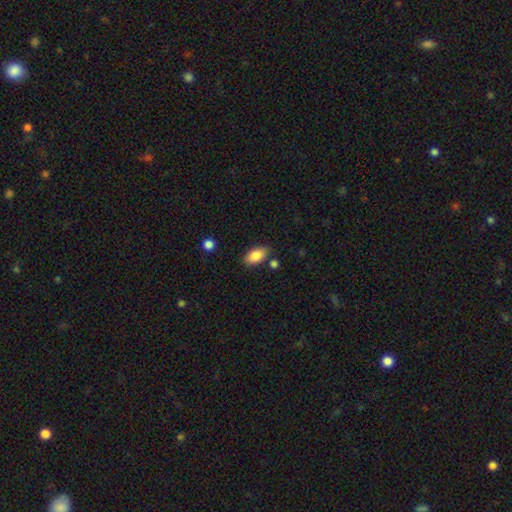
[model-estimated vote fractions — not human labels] Morphology: type=smooth (86%); roundness=in between (92%); merging=none (80%).